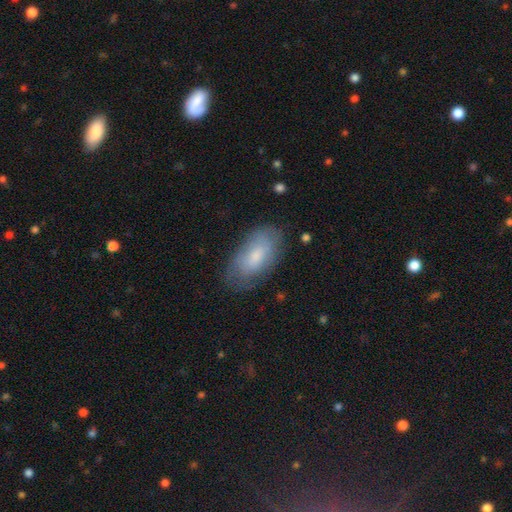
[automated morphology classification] Q: Smooth or featured?
A: smooth (65%); runner-up: featured or disk (27%)
Q: How rounded?
A: in between (92%); runner-up: cigar-shaped (4%)
Q: Merging?
A: none (70%); runner-up: minor disturbance (22%)